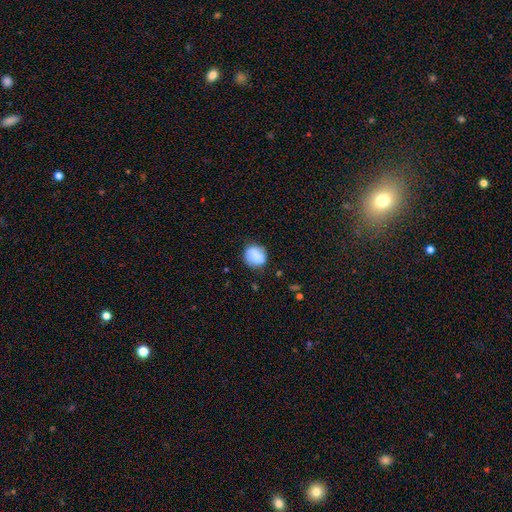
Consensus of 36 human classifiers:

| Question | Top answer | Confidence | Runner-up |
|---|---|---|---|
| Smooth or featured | smooth | 94% | featured or disk (3%) |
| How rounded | round | 82% | in between (18%) |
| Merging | none | 57% | minor disturbance (31%) |